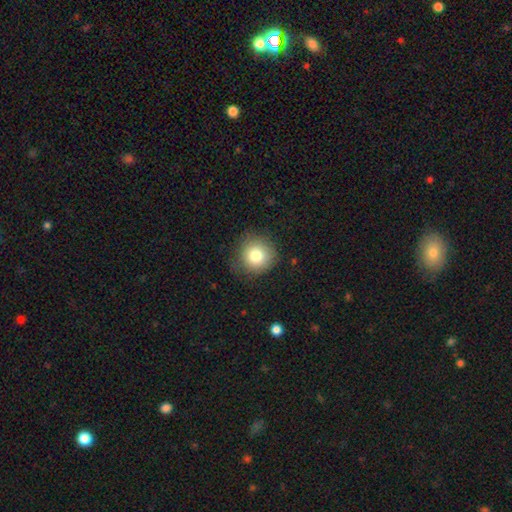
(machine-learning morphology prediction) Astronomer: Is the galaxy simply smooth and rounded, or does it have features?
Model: smooth — 80%.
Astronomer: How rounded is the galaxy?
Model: round — 92%.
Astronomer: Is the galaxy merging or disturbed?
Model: none — 83%.